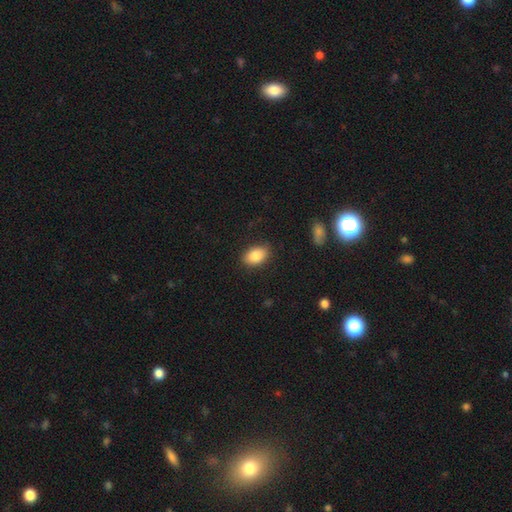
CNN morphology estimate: smooth_or_featured: smooth (p=0.85) [alt: star or artifact p=0.08]
how_rounded: in between (p=0.86) [alt: round p=0.12]
merging: none (p=0.86) [alt: minor disturbance p=0.11]